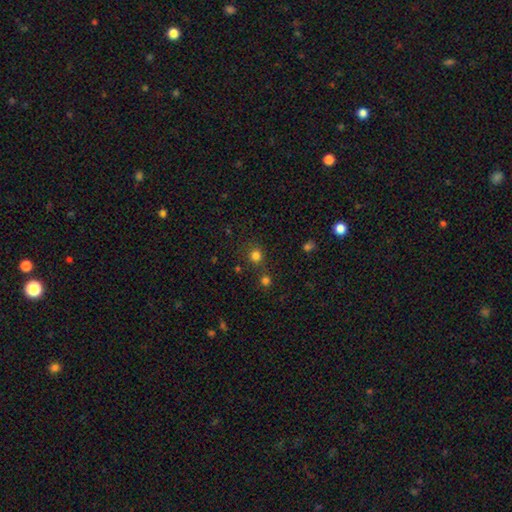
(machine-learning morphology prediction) smooth-or-featured: smooth: 76% | star or artifact: 18% | featured or disk: 5%
  how-rounded: round: 90% | in between: 9% | cigar-shaped: 1%
  merging: none: 72% | merger: 15% | minor disturbance: 9% | major disturbance: 4%